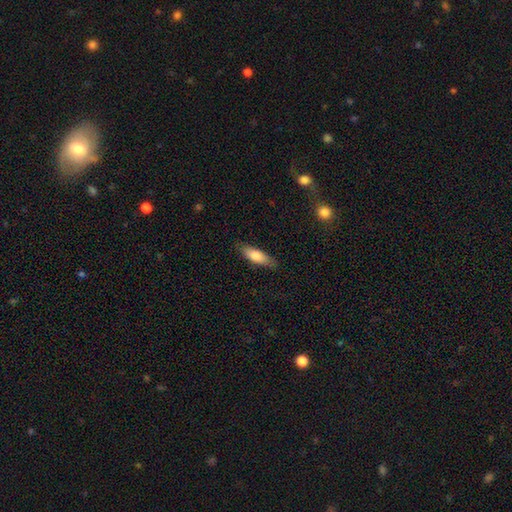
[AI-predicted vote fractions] smooth 79%, featured or disk 15%, star or artifact 6%. Down the decision tree: how rounded — in between (56%); merging — none (82%).